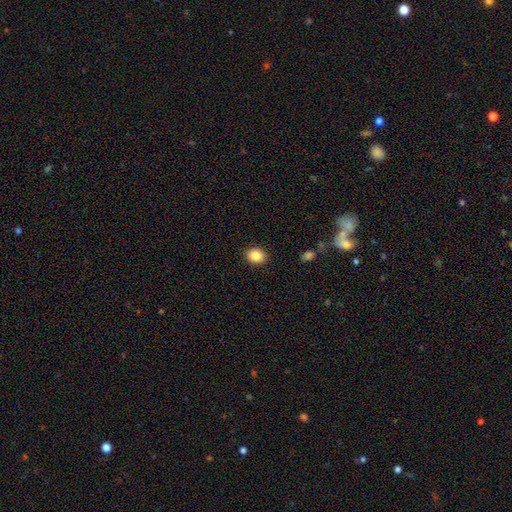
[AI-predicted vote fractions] A smooth galaxy with no disk features (87%) that is in between round and cigar-shaped (51%).

Vote fractions:
- Smooth or featured? smooth: 87% / star or artifact: 9% / featured or disk: 5%
- How rounded? in between: 51% / round: 48% / cigar-shaped: 1%
- Merging? none: 90% / minor disturbance: 7% / major disturbance: 2% / merger: 1%